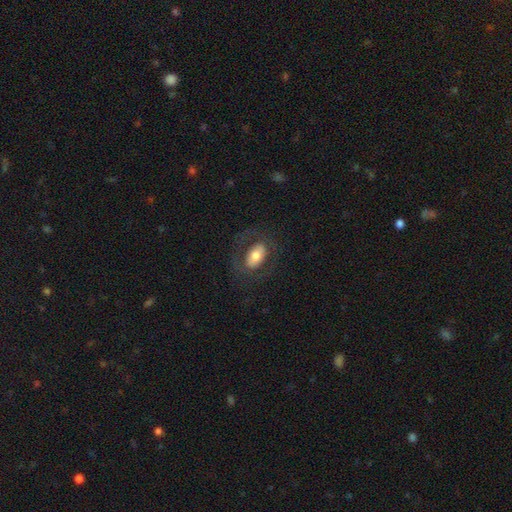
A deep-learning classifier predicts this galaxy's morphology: Smooth or featured? Predicted: smooth (p=0.60). How rounded? Predicted: in between (p=0.89). Merging? Predicted: none (p=0.72).